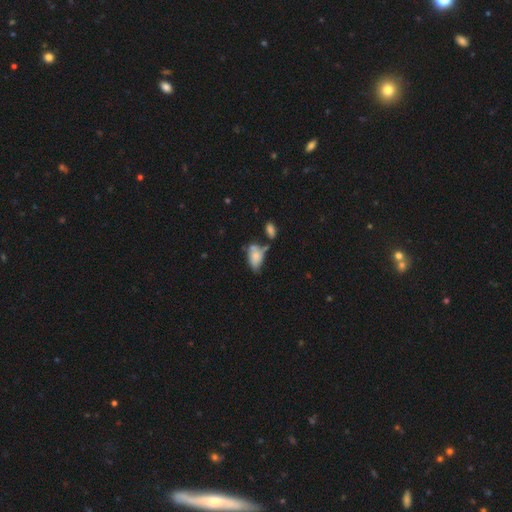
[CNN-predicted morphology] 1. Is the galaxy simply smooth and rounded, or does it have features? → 72% smooth, 19% featured or disk, 9% star or artifact.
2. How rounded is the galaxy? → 89% in between, 7% round, 4% cigar-shaped.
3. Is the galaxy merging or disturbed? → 37% none, 26% merger, 25% minor disturbance, 11% major disturbance.